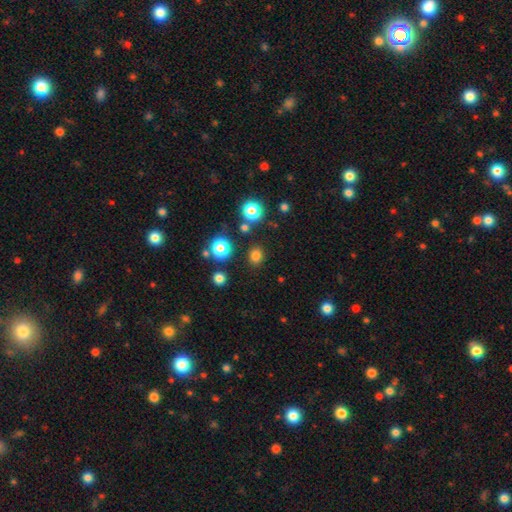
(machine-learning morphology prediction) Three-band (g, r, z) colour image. It shows a smooth galaxy with no disk features (76%) that is round (74%). Merging: none (87%).